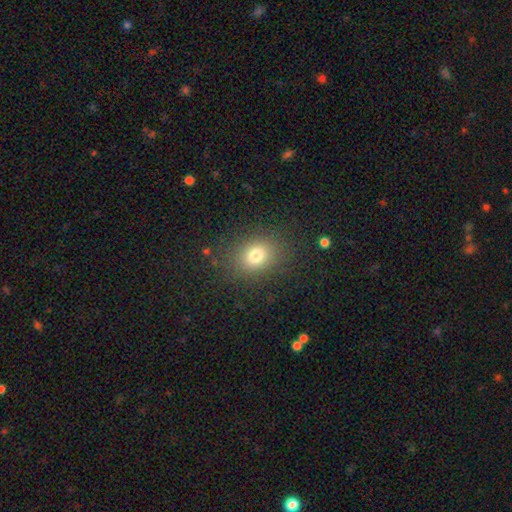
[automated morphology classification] A smooth galaxy with no disk features (77%) that is in between round and cigar-shaped (51%). Merging: none (84%).